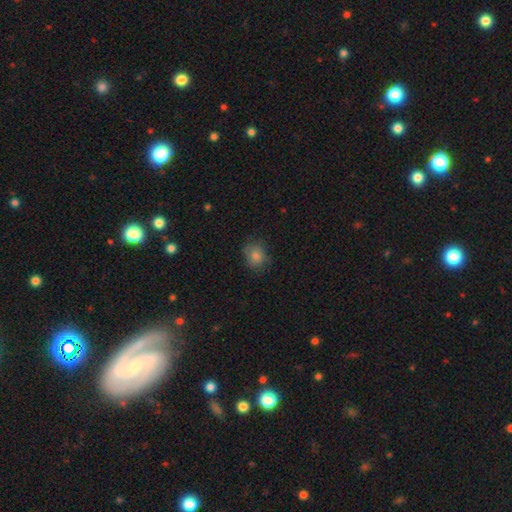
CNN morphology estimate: Smooth or featured?
  - smooth: 77% *
  - star or artifact: 12%
  - featured or disk: 11%
How rounded?
  - round: 70% *
  - in between: 29%
  - cigar-shaped: 1%
Merging?
  - none: 75% *
  - minor disturbance: 19%
  - major disturbance: 5%
  - merger: 1%